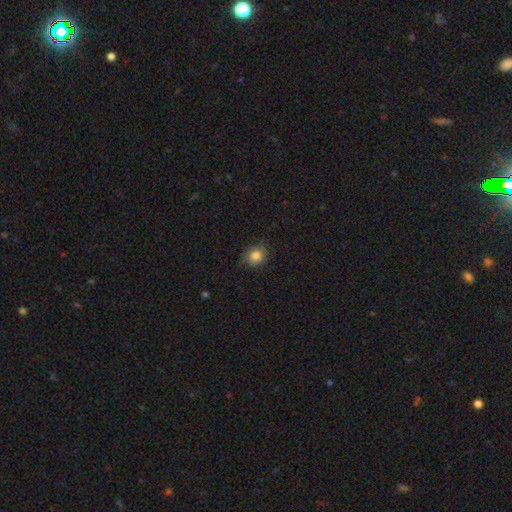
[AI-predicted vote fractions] The model was most divided on "how rounded": round: 69%, in between: 30%, cigar-shaped: 1%. More confident: smooth or featured — smooth (82%); merging — none (76%).